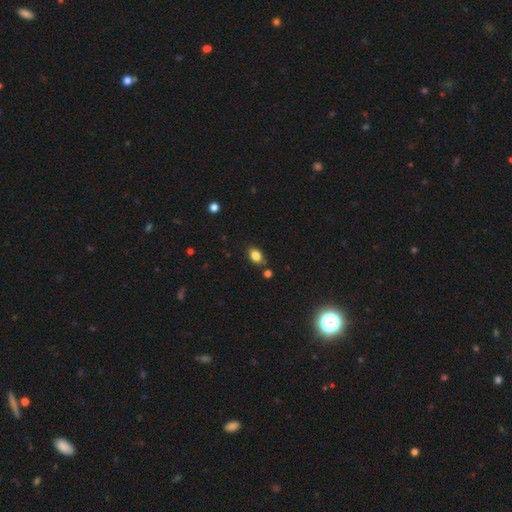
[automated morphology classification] Q: Smooth or featured?
A: smooth (84%); runner-up: star or artifact (10%)
Q: How rounded?
A: in between (81%); runner-up: round (17%)
Q: Merging?
A: none (79%); runner-up: minor disturbance (12%)